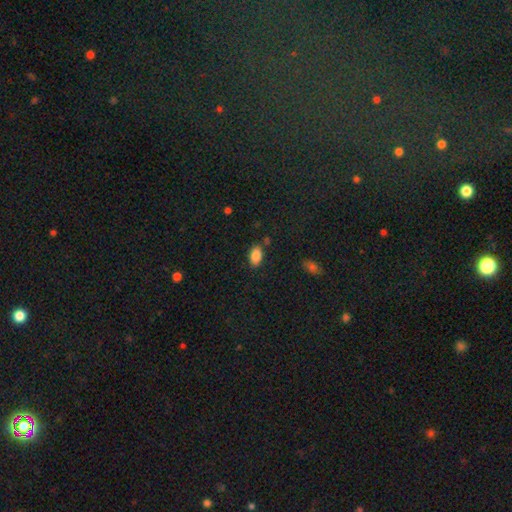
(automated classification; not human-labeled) Overall: smooth (85%). How rounded: in between (92%). Merging: none (81%).